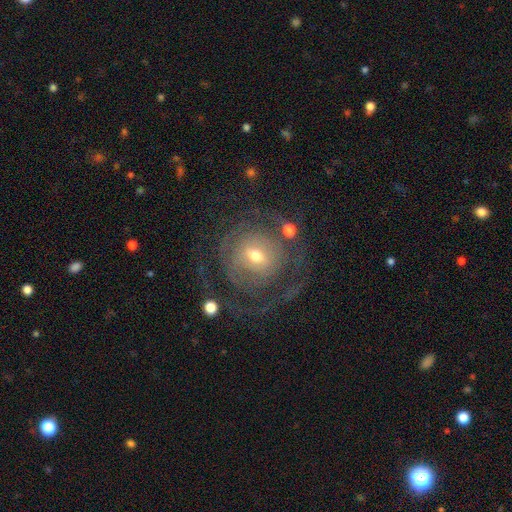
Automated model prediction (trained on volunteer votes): The model was most divided on "bar": weak: 44%, no: 42%, strong: 14%. Remaining: edge-on disk — no (97%); spiral arms — yes (79%); smooth or featured — featured or disk (73%); merging — none (60%); spiral winding — tight (53%); bulge size — moderate (48%); spiral arm count — can't tell (37%).